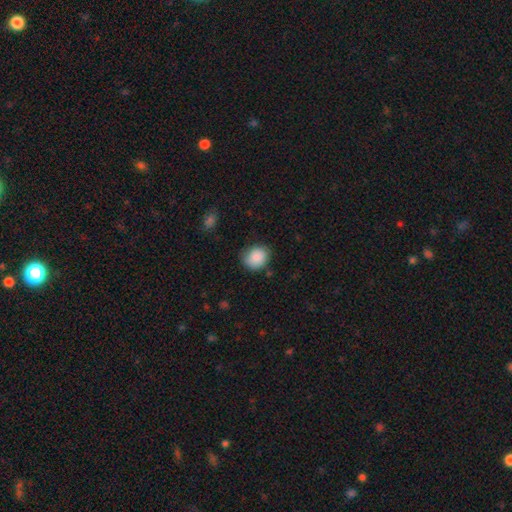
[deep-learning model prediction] Smooth or featured: smooth — 87% (star or artifact — 8%)
How rounded: round — 67% (in between — 32%)
Merging: none — 75% (minor disturbance — 19%)